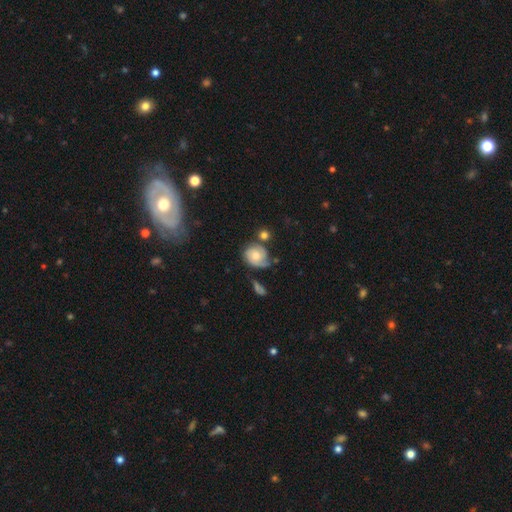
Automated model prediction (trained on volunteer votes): smooth-or-featured: featured or disk: 51% | smooth: 42% | star or artifact: 8%
  disk-edge-on: no: 97% | yes: 3%
  merging: none: 45% | minor disturbance: 26% | major disturbance: 16% | merger: 13%